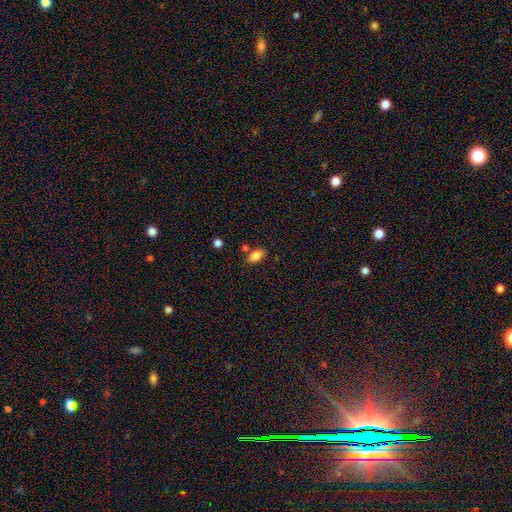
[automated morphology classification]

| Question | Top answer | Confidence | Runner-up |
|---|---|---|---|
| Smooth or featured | smooth | 84% | star or artifact (9%) |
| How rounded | in between | 90% | round (7%) |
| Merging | none | 76% | minor disturbance (12%) |